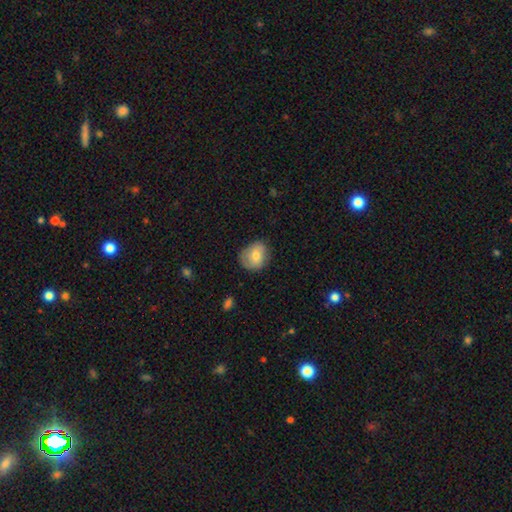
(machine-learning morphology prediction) smooth-or-featured: smooth: 70% | featured or disk: 22% | star or artifact: 7%
  how-rounded: round: 62% | in between: 37% | cigar-shaped: 1%
  merging: none: 68% | minor disturbance: 24% | major disturbance: 6% | merger: 1%